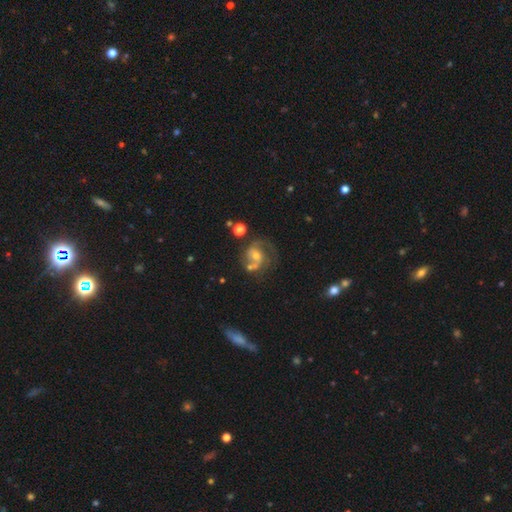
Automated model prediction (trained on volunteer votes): A featured or disk galaxy (75%) with no bar (57%), 2 (67%) medium (51%) spiral arms (90%) and a moderate central bulge (52%). Merging: none (50%).